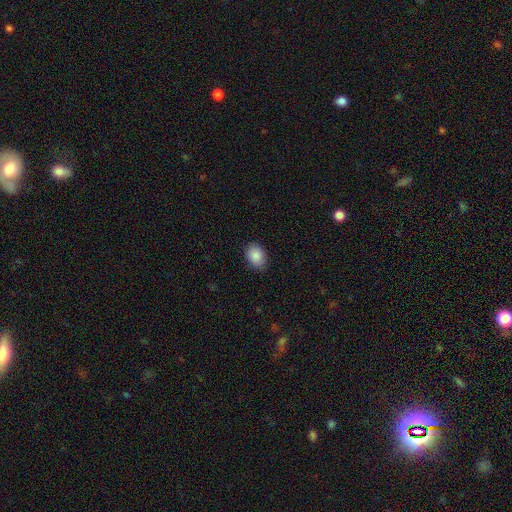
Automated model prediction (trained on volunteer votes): This is clearly a smooth galaxy (88%). How rounded: likely in between (70%). Merging: clearly none (85%).